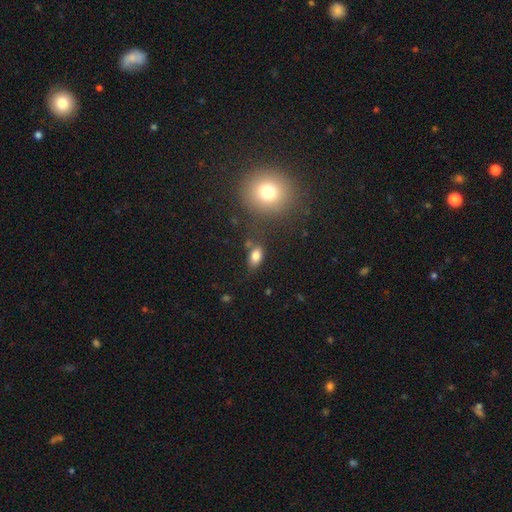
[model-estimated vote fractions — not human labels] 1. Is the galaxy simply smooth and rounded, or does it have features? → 81% smooth, 11% star or artifact, 8% featured or disk.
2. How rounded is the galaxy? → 87% in between, 10% round, 3% cigar-shaped.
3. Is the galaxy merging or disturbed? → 69% none, 16% minor disturbance, 10% merger, 5% major disturbance.